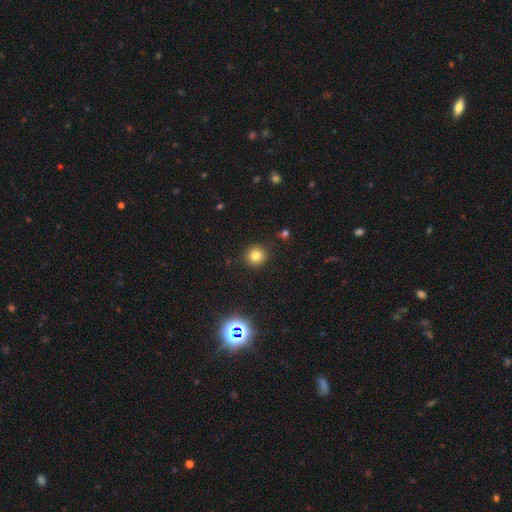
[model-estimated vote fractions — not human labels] Overall: smooth (78%). How rounded: round (92%). Merging: none (89%).